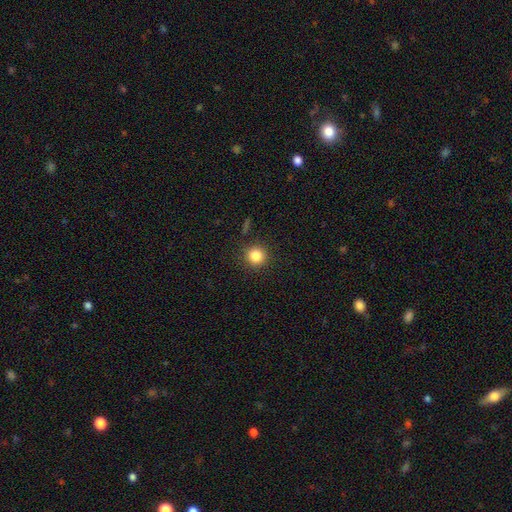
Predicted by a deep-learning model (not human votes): Overall: smooth (84%). How rounded: round (93%). Merging: none (90%).